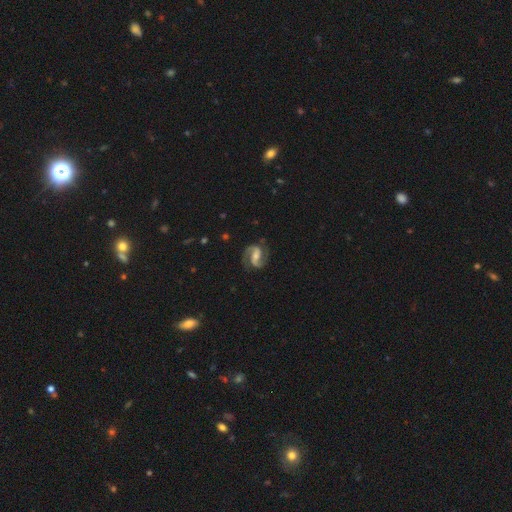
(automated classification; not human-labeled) Smooth or featured? featured or disk (91%)
Edge-on disk? no (98%)
Bar? weak (45%)
Spiral arms? yes (98%)
Spiral winding? medium (60%)
Spiral arm count? 2 (94%)
Bulge size? moderate (51%)
Merging? none (82%)